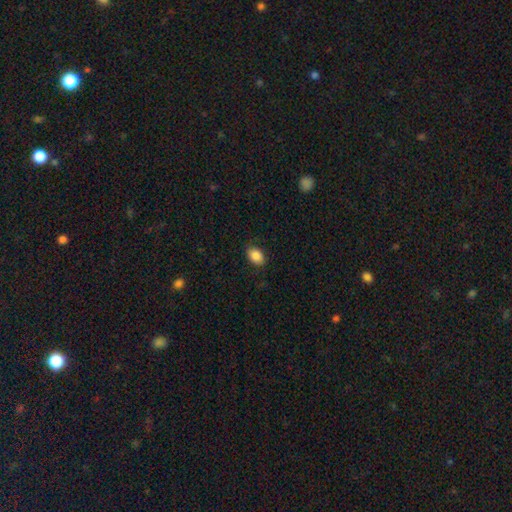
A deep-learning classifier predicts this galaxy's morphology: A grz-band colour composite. It shows a smooth galaxy with no disk features (87%) that is in between round and cigar-shaped (82%). Merging: none (84%).